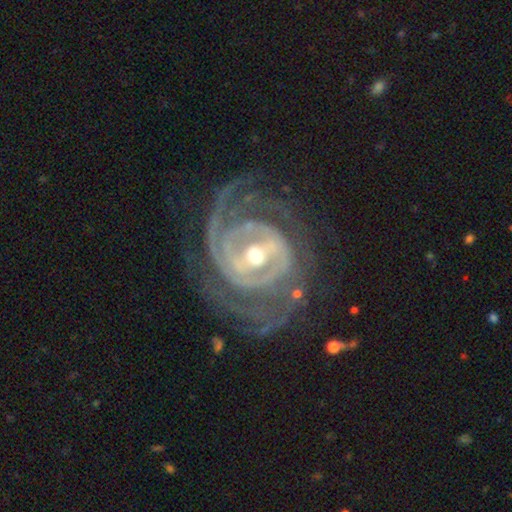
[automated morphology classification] The model was most divided on "bar": weak: 38%, strong: 36%, no: 26%. Remaining: edge-on disk — no (97%); spiral arms — yes (96%); smooth or featured — featured or disk (92%); bulge size — moderate (68%); merging — none (65%); spiral winding — tight (57%); spiral arm count — 2 (42%).